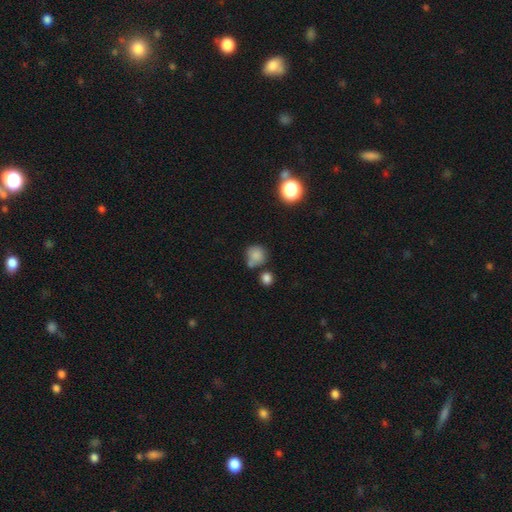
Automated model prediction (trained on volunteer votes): Smooth or featured? Predicted: smooth (p=0.80). How rounded? Predicted: round (p=0.85). Merging? Predicted: none (p=0.53).